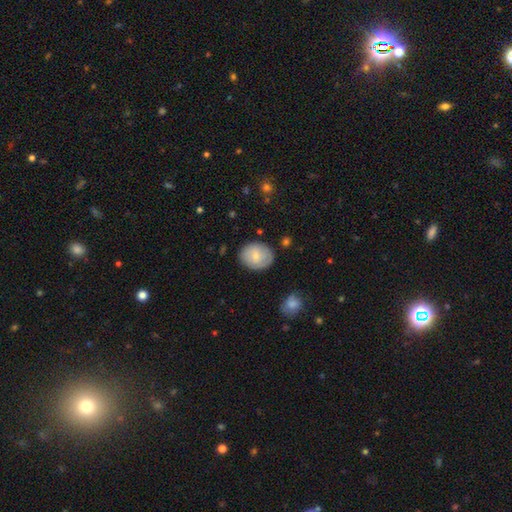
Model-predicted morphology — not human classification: smooth_or_featured: smooth (p=0.72) [alt: featured or disk p=0.22]
how_rounded: round (p=0.51) [alt: in between p=0.48]
merging: none (p=0.80) [alt: minor disturbance p=0.15]